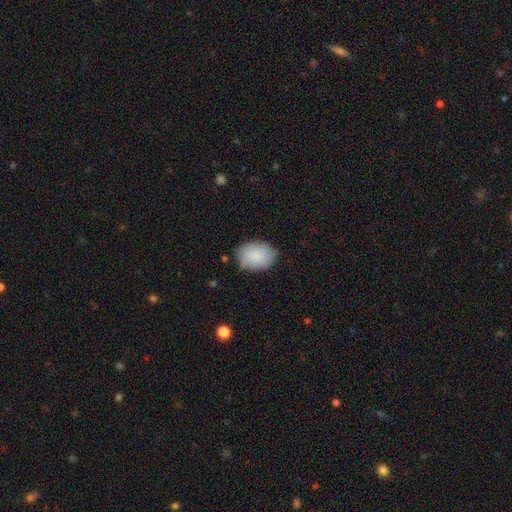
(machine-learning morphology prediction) This appears to be a smooth galaxy with no disk features (88%) that is in between round and cigar-shaped (77%). Merging: none (76%).